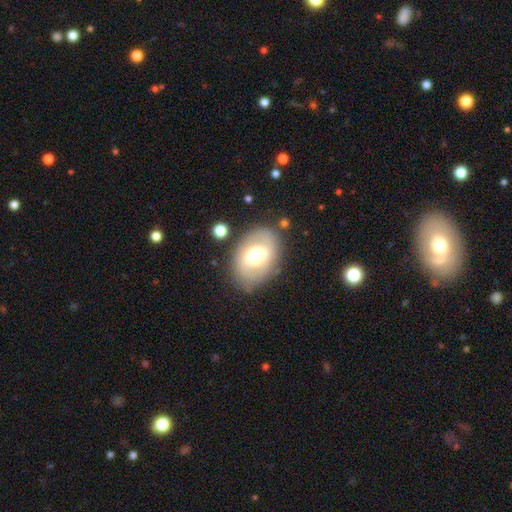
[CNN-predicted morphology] smooth-or-featured: smooth: 54% | featured or disk: 38% | star or artifact: 8%
  how-rounded: in between: 75% | round: 24% | cigar-shaped: 1%
  merging: none: 77% | minor disturbance: 14% | major disturbance: 6% | merger: 3%